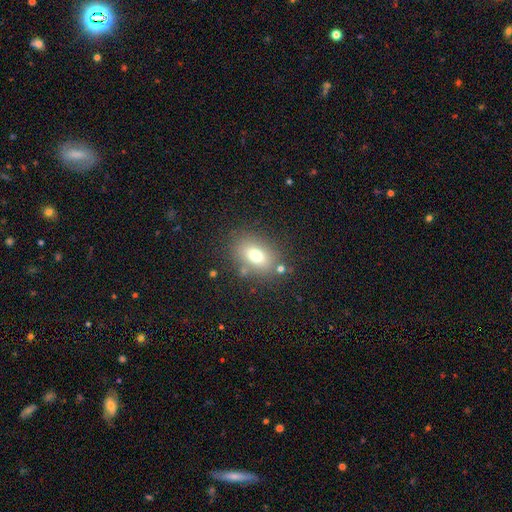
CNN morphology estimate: smooth-or-featured: smooth: 73% | featured or disk: 15% | star or artifact: 12%
  how-rounded: in between: 78% | round: 20% | cigar-shaped: 2%
  merging: none: 77% | minor disturbance: 12% | merger: 6% | major disturbance: 5%